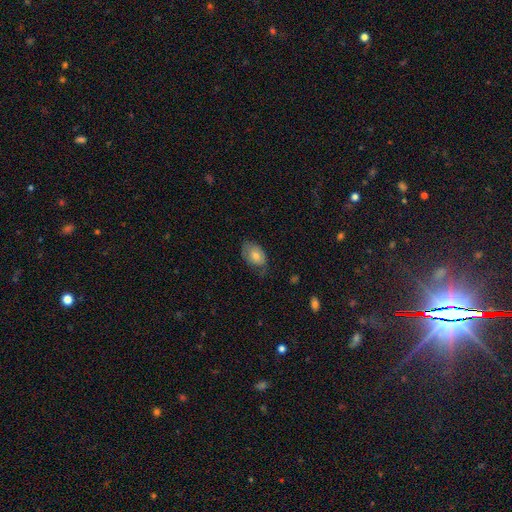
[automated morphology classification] smooth 67%, featured or disk 25%, star or artifact 8%. Down the decision tree: how rounded — in between (86%); merging — none (59%).